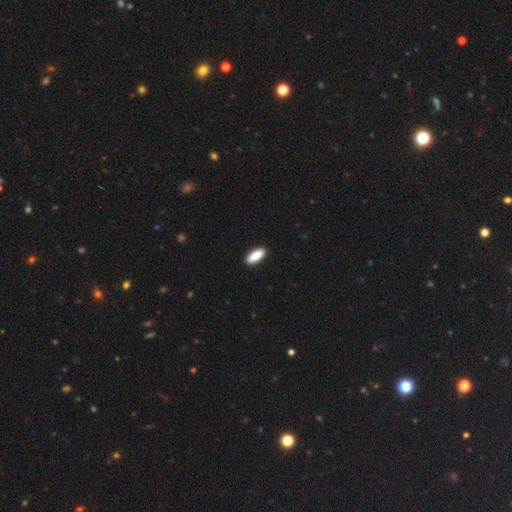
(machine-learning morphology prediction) smooth 79%, featured or disk 15%, star or artifact 6%. Down the decision tree: how rounded — in between (70%); merging — none (91%).